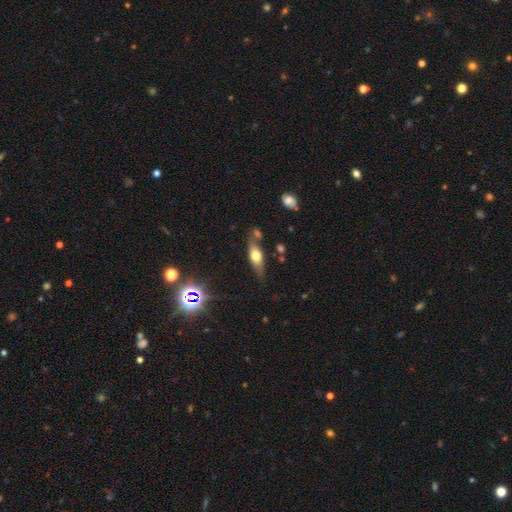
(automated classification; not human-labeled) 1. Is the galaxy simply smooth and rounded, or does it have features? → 52% smooth, 38% featured or disk, 10% star or artifact.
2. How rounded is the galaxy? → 61% in between, 34% cigar-shaped, 5% round.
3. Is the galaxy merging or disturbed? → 63% none, 20% minor disturbance, 11% merger, 6% major disturbance.